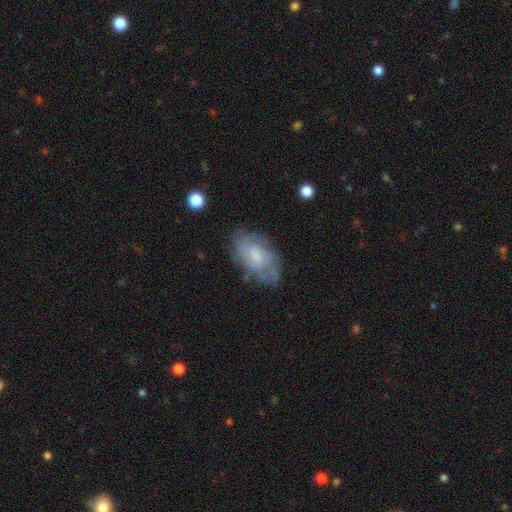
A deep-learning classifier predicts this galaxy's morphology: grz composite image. It shows a featured or disk galaxy (61%) with no bar (66%), spiral arms (80%) and a small central bulge (58%). Merging: none (66%).